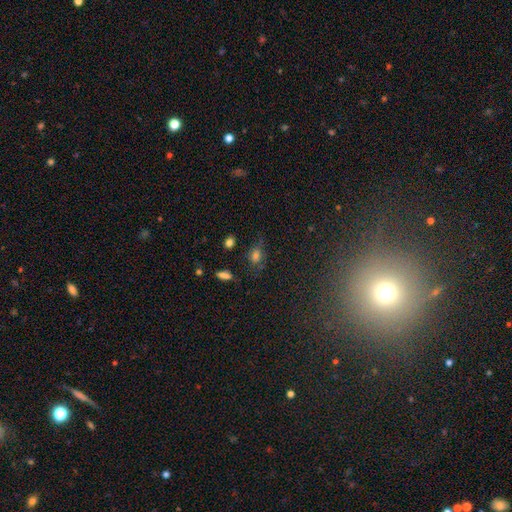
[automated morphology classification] The model was most divided on "merging": none: 59%, minor disturbance: 26%, major disturbance: 11%, merger: 4%. More confident: how rounded — in between (69%); smooth or featured — smooth (65%).